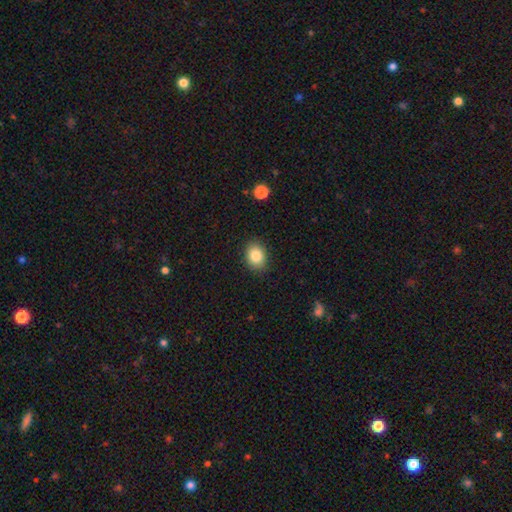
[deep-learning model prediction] Smooth or featured?
  - smooth: 84% *
  - star or artifact: 9%
  - featured or disk: 7%
How rounded?
  - in between: 56% *
  - round: 43%
  - cigar-shaped: 1%
Merging?
  - none: 87% *
  - minor disturbance: 10%
  - major disturbance: 2%
  - merger: 1%